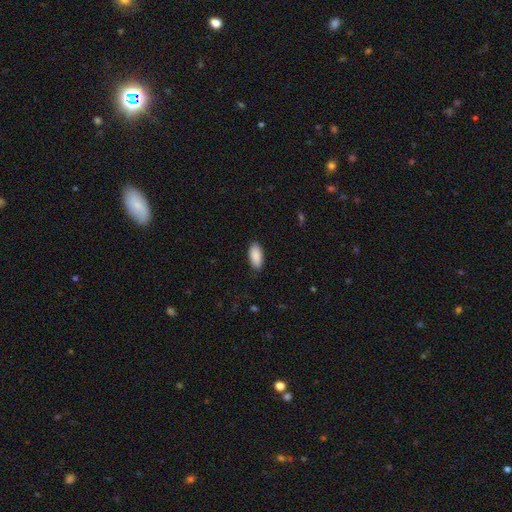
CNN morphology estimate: Smooth or featured? Predicted: smooth (p=0.90). How rounded? Predicted: in between (p=0.92). Merging? Predicted: none (p=0.86).